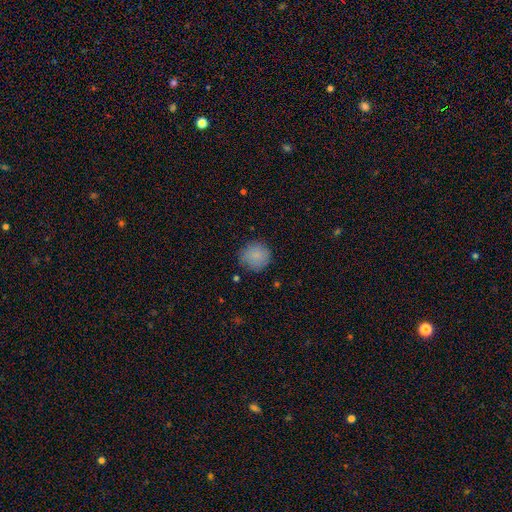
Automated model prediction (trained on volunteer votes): Smooth or featured? smooth (86%)
How rounded? round (93%)
Merging? none (83%)